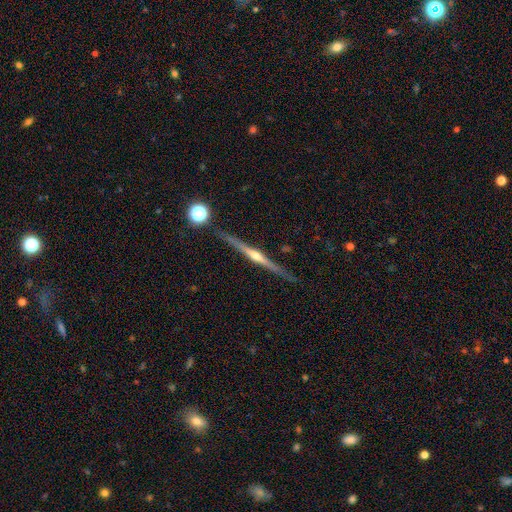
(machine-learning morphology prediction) Smooth or featured? Predicted: featured or disk (p=0.82). Edge-on disk? Predicted: yes (p=0.98). Edge-on bulge? Predicted: rounded (p=0.84). Merging? Predicted: none (p=0.87).